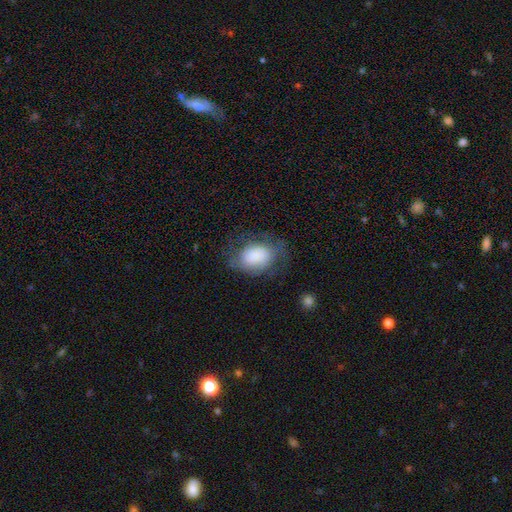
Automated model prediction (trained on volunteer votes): The model was most divided on "merging": none: 55%, minor disturbance: 25%, major disturbance: 18%, merger: 2%. More confident: how rounded — in between (75%); smooth or featured — smooth (73%).